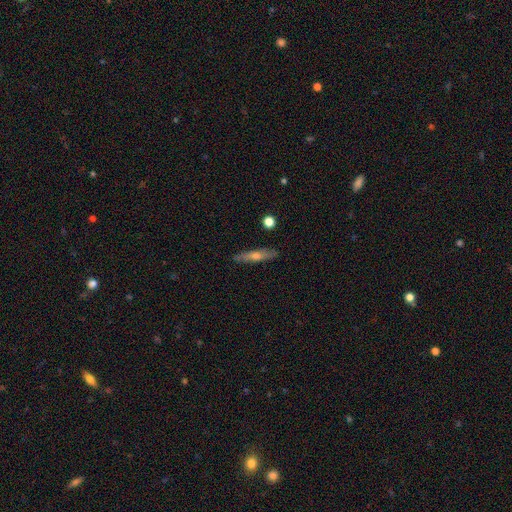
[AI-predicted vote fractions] Q: Smooth or featured?
A: featured or disk (55%); runner-up: smooth (37%)
Q: Edge-on disk?
A: yes (87%); runner-up: no (13%)
Q: Merging?
A: none (88%); runner-up: minor disturbance (8%)